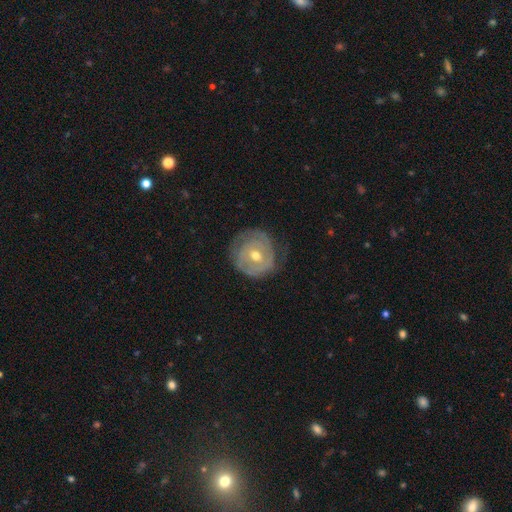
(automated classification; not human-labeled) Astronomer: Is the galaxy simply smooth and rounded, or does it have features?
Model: featured or disk — 75%.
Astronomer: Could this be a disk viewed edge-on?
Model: no — 97%.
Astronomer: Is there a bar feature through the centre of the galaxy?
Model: no — 61%.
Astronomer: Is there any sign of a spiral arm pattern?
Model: yes — 79%.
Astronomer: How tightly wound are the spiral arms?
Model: tight — 72%.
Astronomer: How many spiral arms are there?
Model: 2 — 37% (runner-up: can't tell, 36%).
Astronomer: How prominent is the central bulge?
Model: moderate — 72%.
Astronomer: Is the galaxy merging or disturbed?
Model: none — 67%.